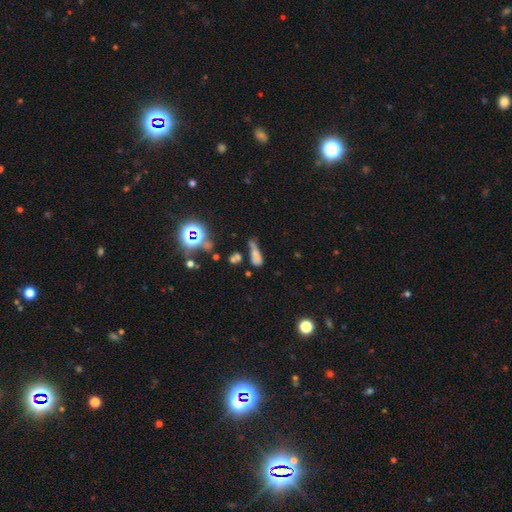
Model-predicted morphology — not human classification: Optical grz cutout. It shows a smooth galaxy with no disk features (61%) that is in between round and cigar-shaped (57%). Merging: none (29%).